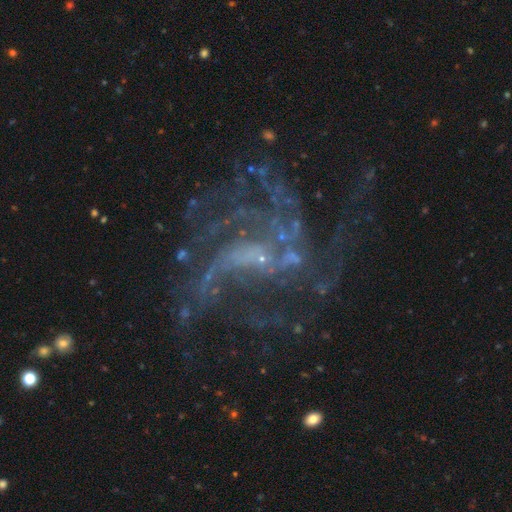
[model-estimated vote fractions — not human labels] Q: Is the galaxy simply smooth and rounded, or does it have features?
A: featured or disk — 83%.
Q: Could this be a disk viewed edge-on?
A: no — 98%.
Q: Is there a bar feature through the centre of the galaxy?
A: weak — 44%.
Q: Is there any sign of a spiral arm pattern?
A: yes — 92%.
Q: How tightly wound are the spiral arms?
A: medium — 44%.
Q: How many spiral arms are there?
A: can't tell — 24%.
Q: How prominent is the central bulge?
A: small — 53%.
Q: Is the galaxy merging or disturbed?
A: none — 52%.